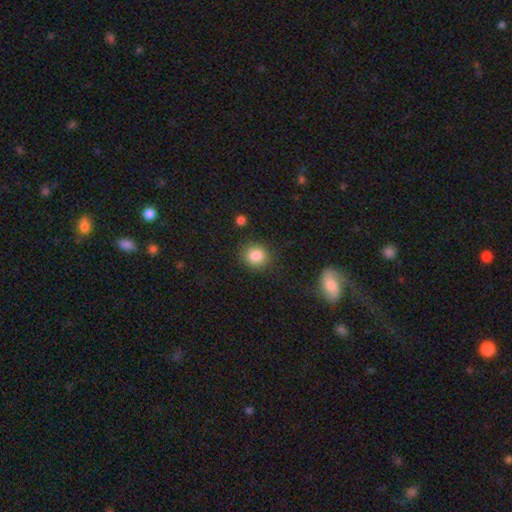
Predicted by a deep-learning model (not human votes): smooth-or-featured: smooth: 85% | star or artifact: 10% | featured or disk: 5%
  how-rounded: round: 84% | in between: 15% | cigar-shaped: 1%
  merging: none: 87% | minor disturbance: 8% | major disturbance: 3% | merger: 2%